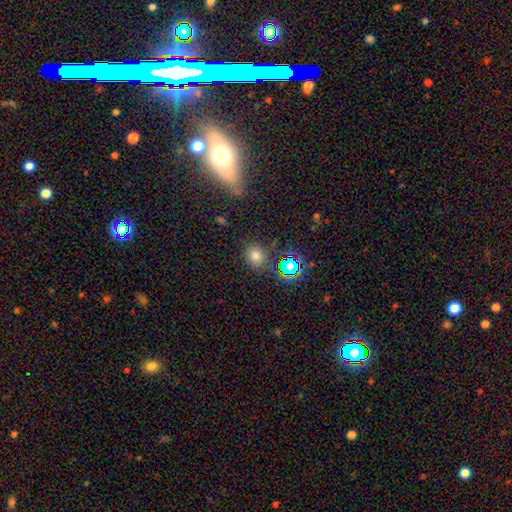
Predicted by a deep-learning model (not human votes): This appears to be a smooth galaxy with no disk features (69%) that is round (56%). Merging: none (79%).